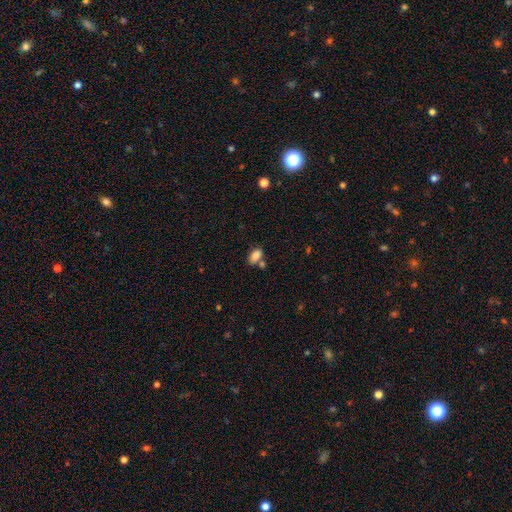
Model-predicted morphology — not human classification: smooth-or-featured: smooth: 84% | star or artifact: 9% | featured or disk: 7%
  how-rounded: in between: 90% | round: 7% | cigar-shaped: 3%
  merging: none: 58% | merger: 24% | minor disturbance: 14% | major disturbance: 4%